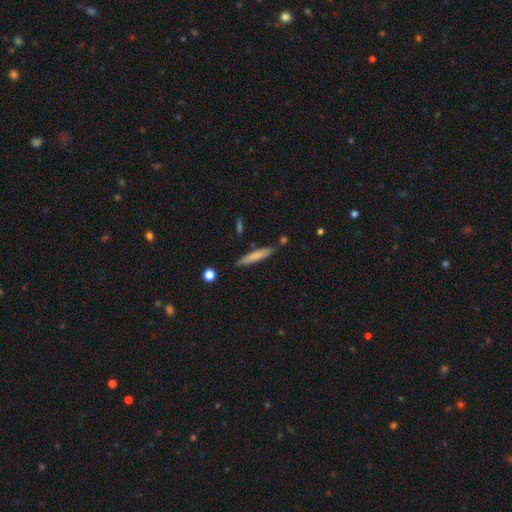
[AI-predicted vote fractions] A smooth galaxy with no disk features (72%) that is cigar-shaped (91%). Merging: none (82%).